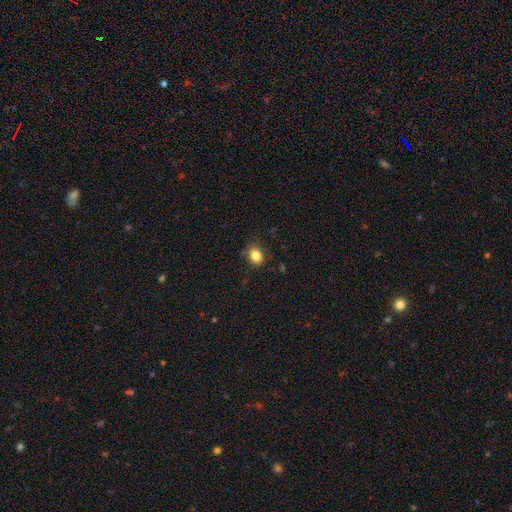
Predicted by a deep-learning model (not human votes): Smooth or featured? Predicted: smooth (p=0.83). How rounded? Predicted: round (p=0.54). Merging? Predicted: none (p=0.82).